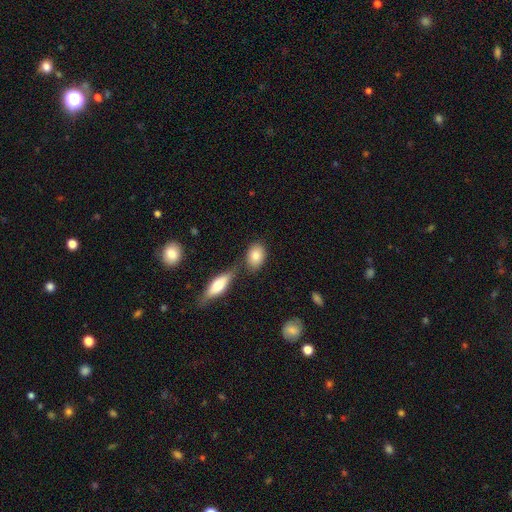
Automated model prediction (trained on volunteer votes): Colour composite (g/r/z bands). It shows a smooth galaxy with no disk features (83%) that is in between round and cigar-shaped (75%). Merging: none (68%).